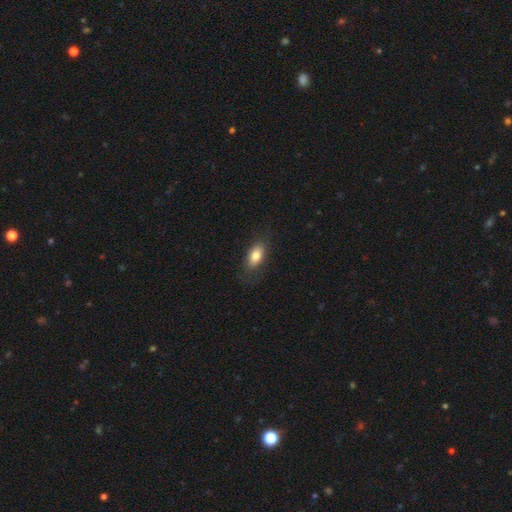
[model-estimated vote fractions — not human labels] Q: Smooth or featured?
A: smooth (81%); runner-up: featured or disk (12%)
Q: How rounded?
A: in between (87%); runner-up: cigar-shaped (8%)
Q: Merging?
A: none (80%); runner-up: minor disturbance (15%)